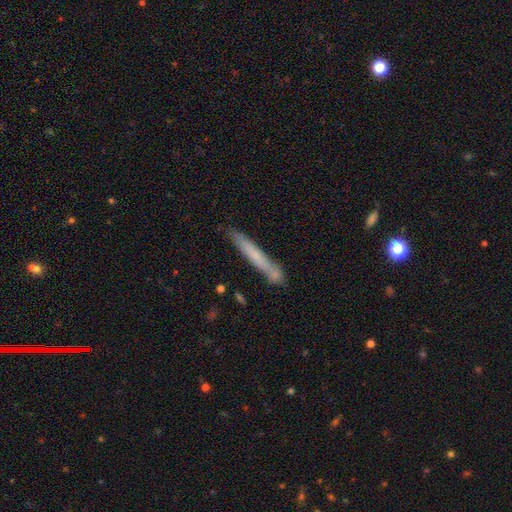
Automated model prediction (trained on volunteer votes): Smooth or featured? smooth (60%)
How rounded? cigar-shaped (96%)
Merging? none (73%)